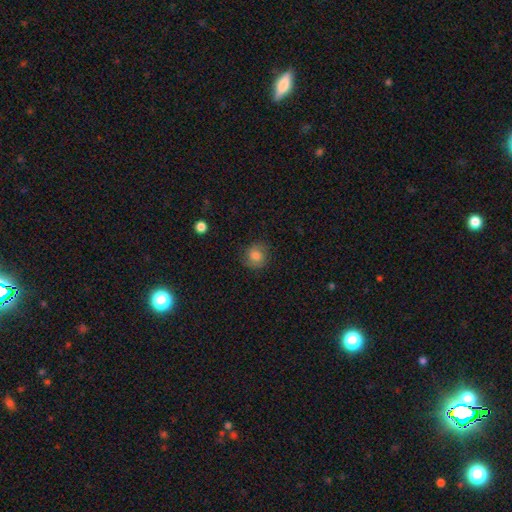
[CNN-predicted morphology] A smooth galaxy with no disk features (75%) that is round (84%).

Vote fractions:
- Smooth or featured? smooth: 75% / featured or disk: 15% / star or artifact: 10%
- How rounded? round: 84% / in between: 15% / cigar-shaped: 1%
- Merging? none: 78% / minor disturbance: 16% / major disturbance: 5% / merger: 1%